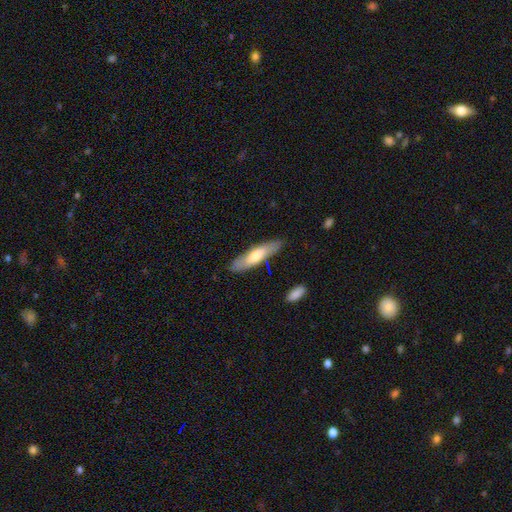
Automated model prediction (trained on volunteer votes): Q: Smooth or featured?
A: smooth (59%); runner-up: featured or disk (36%)
Q: How rounded?
A: cigar-shaped (71%); runner-up: in between (28%)
Q: Merging?
A: none (84%); runner-up: minor disturbance (11%)